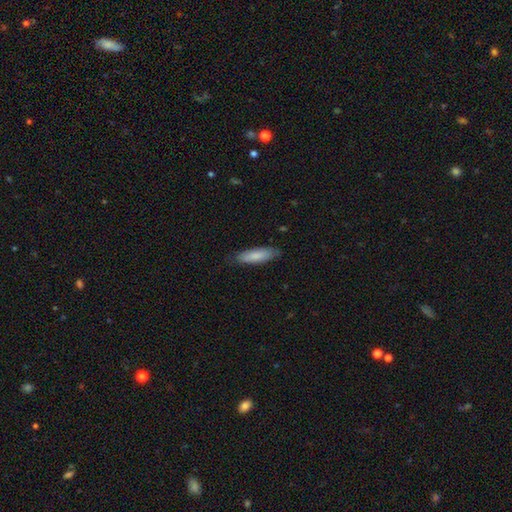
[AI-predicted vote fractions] Smooth or featured?
  - smooth: 81% *
  - featured or disk: 14%
  - star or artifact: 5%
How rounded?
  - cigar-shaped: 57% *
  - in between: 42%
  - round: 1%
Merging?
  - none: 80% *
  - minor disturbance: 16%
  - major disturbance: 3%
  - merger: 1%